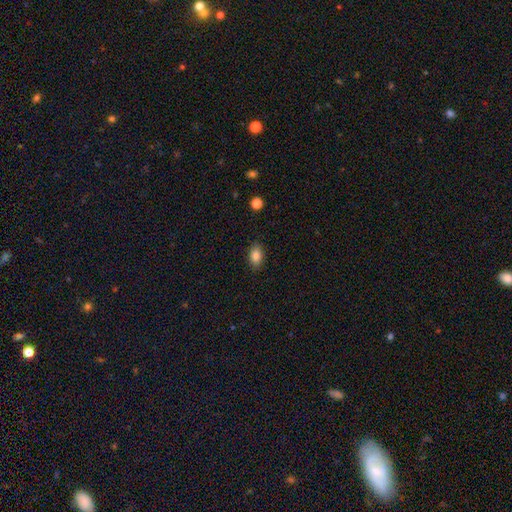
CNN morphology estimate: type=smooth (86%); roundness=in between (86%); merging=none (87%).